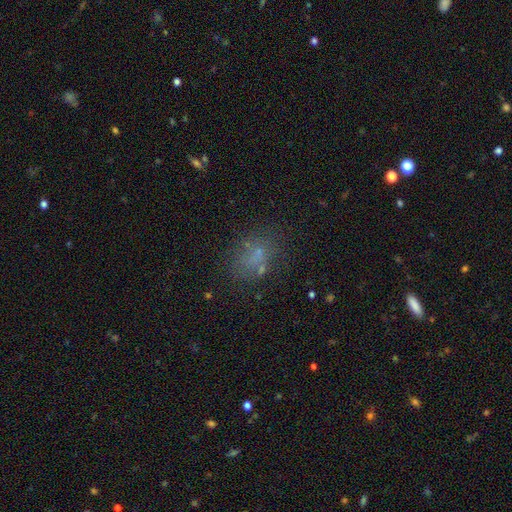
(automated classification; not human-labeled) Smooth or featured? smooth (52%)
How rounded? in between (59%)
Merging? none (60%)